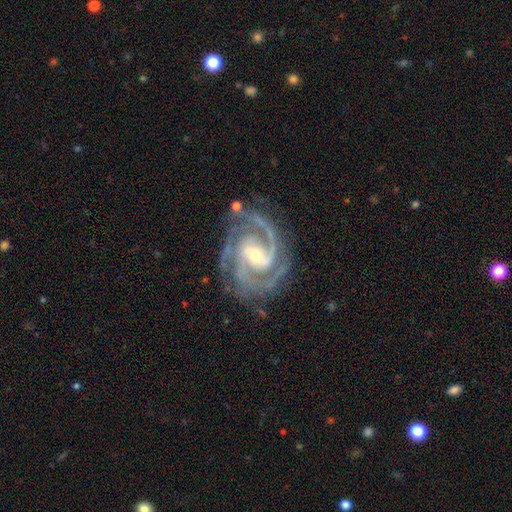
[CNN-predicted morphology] This appears to be a featured or disk galaxy (93%) with a weak bar (45%), 2 (40%) tight (55%) spiral arms (99%) and a small central bulge (52%). Merging: none (76%).